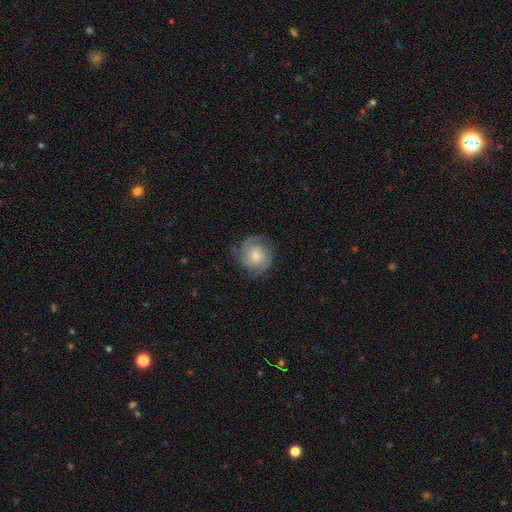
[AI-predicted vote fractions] A featured or disk galaxy (54%) with no bar (72%), spiral arms (86%) and a small central bulge (56%).

Vote fractions:
- Smooth or featured? featured or disk: 54% / smooth: 38% / star or artifact: 8%
- Edge-on disk? no: 97% / yes: 3%
- Bar? no: 72% / weak: 24% / strong: 4%
- Spiral arms? yes: 86% / no: 14%
- Bulge size? small: 56% / moderate: 37% / large: 3% / none: 3% / dominant: 1%
- Merging? none: 75% / minor disturbance: 17% / major disturbance: 7% / merger: 1%